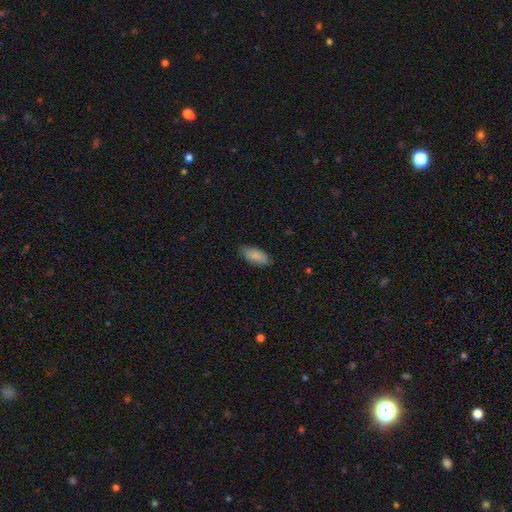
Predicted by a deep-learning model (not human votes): This appears to be a smooth galaxy with no disk features (87%) that is in between round and cigar-shaped (88%). Merging: none (83%).